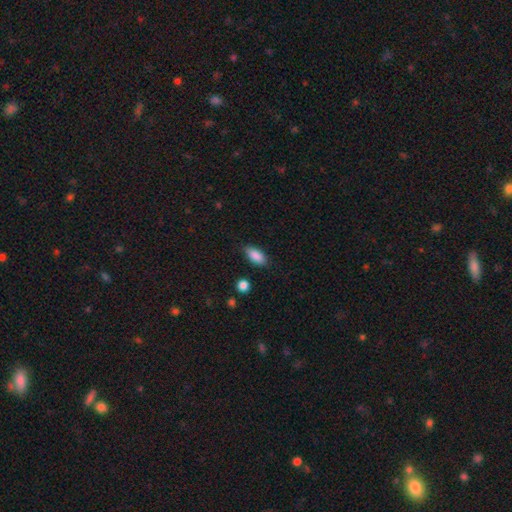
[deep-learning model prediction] The model was most divided on "merging": none: 82%, minor disturbance: 13%, major disturbance: 3%, merger: 2%. More confident: smooth or featured — smooth (88%); how rounded — in between (87%).